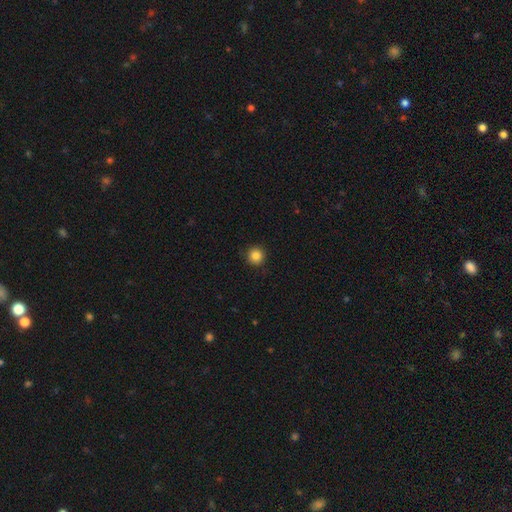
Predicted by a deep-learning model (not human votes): smooth_or_featured: smooth (p=0.85) [alt: star or artifact p=0.11]
how_rounded: round (p=0.95) [alt: in between p=0.04]
merging: none (p=0.91) [alt: minor disturbance p=0.07]